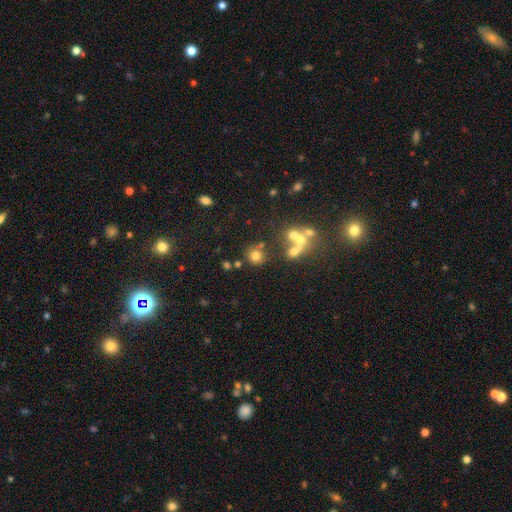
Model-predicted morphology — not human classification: This appears to be a smooth galaxy with no disk features (71%) that is round (88%). Merging: none (68%).